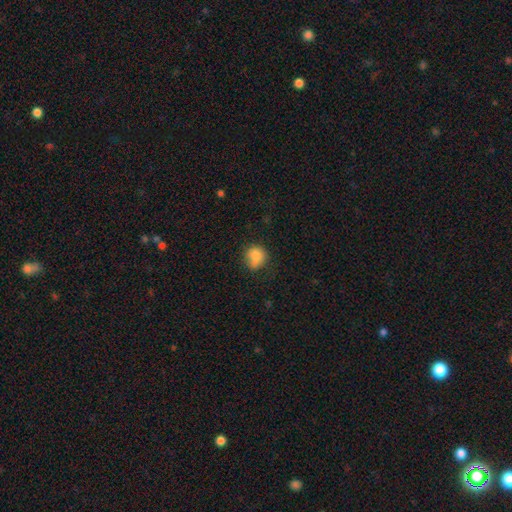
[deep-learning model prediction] Overall: smooth (81%). How rounded: round (75%). Merging: none (54%; minor disturbance 27%).